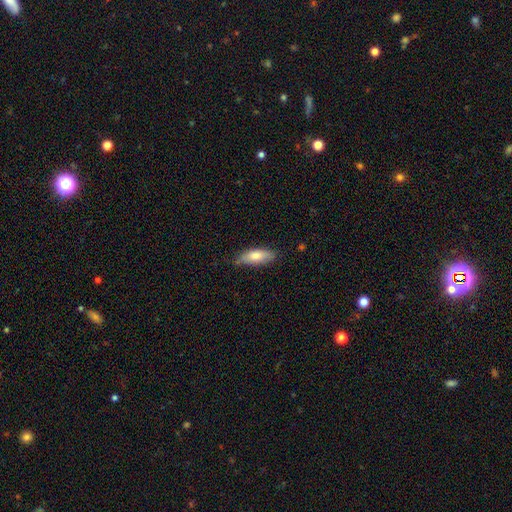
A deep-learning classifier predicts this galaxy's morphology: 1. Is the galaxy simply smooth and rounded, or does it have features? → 76% smooth, 18% featured or disk, 6% star or artifact.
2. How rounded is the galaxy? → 65% in between, 33% cigar-shaped, 2% round.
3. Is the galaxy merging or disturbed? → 75% none, 20% minor disturbance, 3% major disturbance, 1% merger.